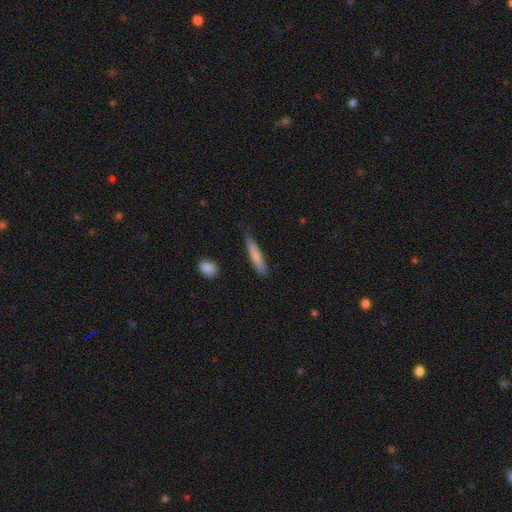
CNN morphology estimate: smooth 76%, featured or disk 18%, star or artifact 6%. Down the decision tree: how rounded — cigar-shaped (90%); merging — none (79%).